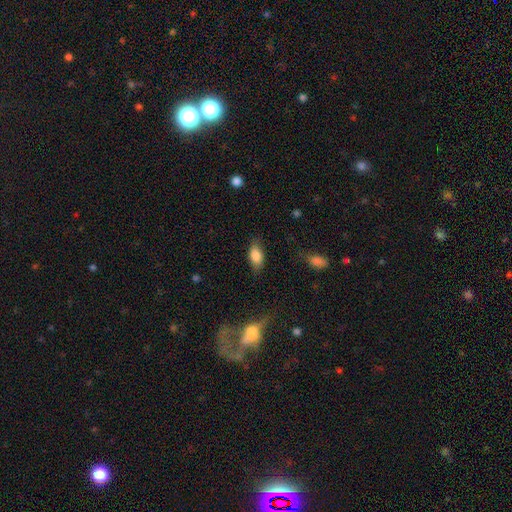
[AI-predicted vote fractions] This is clearly a smooth galaxy (83%). How rounded: clearly in between (90%). Merging: likely none (75%).